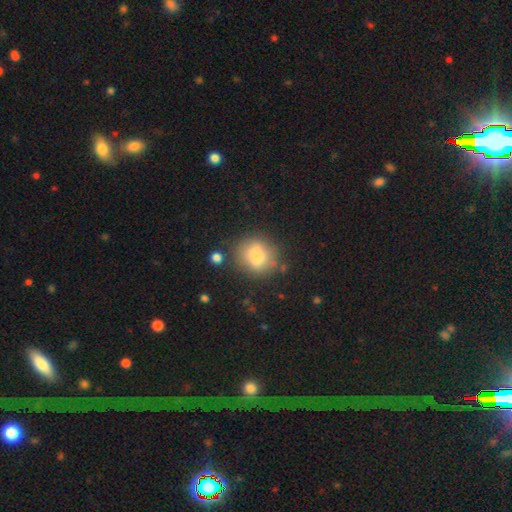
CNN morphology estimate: Overall: smooth (78%). How rounded: round (77%). Merging: none (74%).